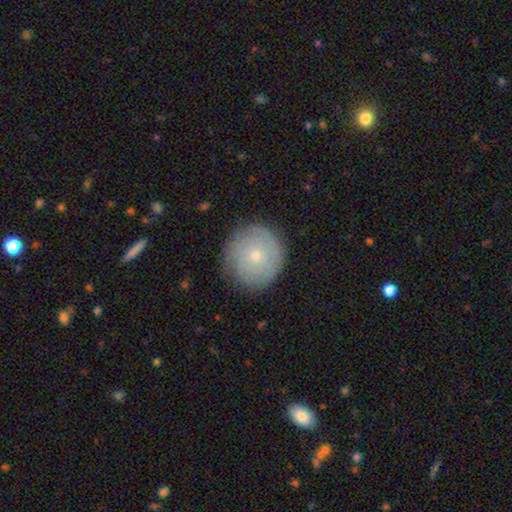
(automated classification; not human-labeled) A smooth galaxy with no disk features (53%) that is round (93%).

Vote fractions:
- Smooth or featured? smooth: 53% / featured or disk: 39% / star or artifact: 8%
- How rounded? round: 93% / in between: 6% / cigar-shaped: 1%
- Merging? none: 84% / minor disturbance: 12% / major disturbance: 3% / merger: 1%